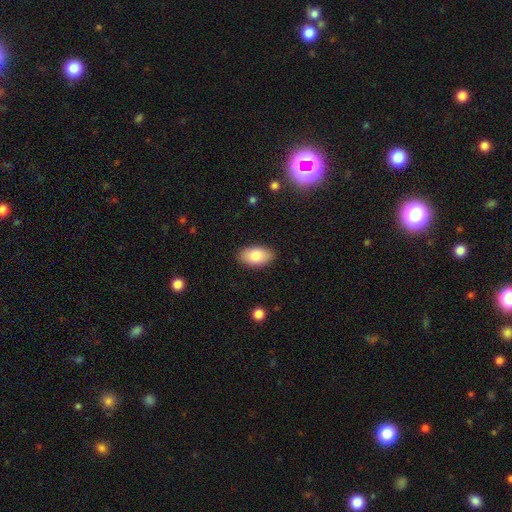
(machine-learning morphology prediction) A smooth galaxy with no disk features (83%) that is in between round and cigar-shaped (94%).

Vote fractions:
- Smooth or featured? smooth: 83% / featured or disk: 11% / star or artifact: 7%
- How rounded? in between: 94% / round: 5% / cigar-shaped: 2%
- Merging? none: 88% / minor disturbance: 9% / major disturbance: 2% / merger: 1%